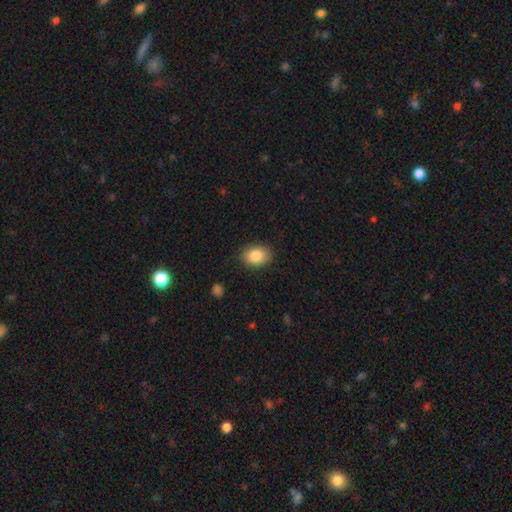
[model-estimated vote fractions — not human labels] This appears to be a smooth galaxy with no disk features (86%) that is in between round and cigar-shaped (72%). Merging: none (86%).